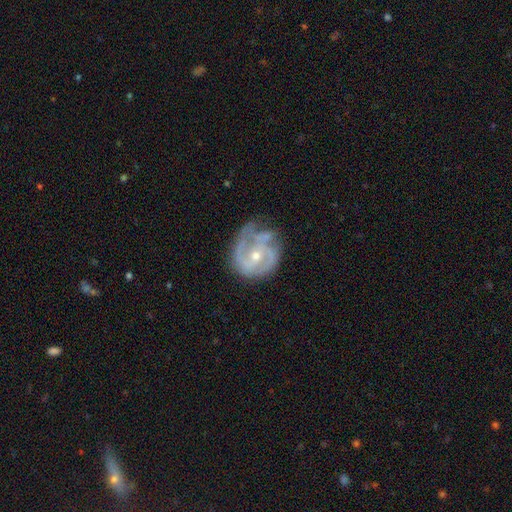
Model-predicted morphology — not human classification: A featured or disk galaxy (84%) with no bar (53%), 2 (49%) tight (45%) spiral arms (92%) and a small central bulge (49%).

Vote fractions:
- Smooth or featured? featured or disk: 84% / smooth: 10% / star or artifact: 6%
- Edge-on disk? no: 98% / yes: 2%
- Bar? no: 53% / weak: 37% / strong: 10%
- Spiral arms? yes: 92% / no: 8%
- Spiral winding? tight: 45% / medium: 42% / loose: 13%
- Spiral arm count? 2: 49% / 3: 21% / can't tell: 18% / 1: 6% / 4: 3% / more than 4: 3%
- Bulge size? small: 49% / moderate: 48% / large: 1% / none: 1% / dominant: 1%
- Merging? none: 50% / minor disturbance: 29% / major disturbance: 16% / merger: 5%